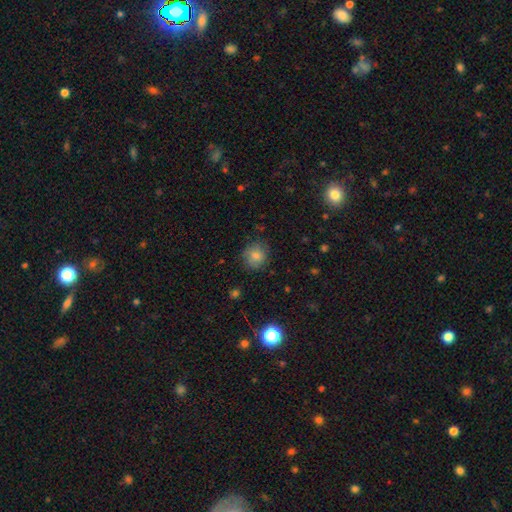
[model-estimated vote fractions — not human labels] This appears to be a smooth galaxy with no disk features (81%) that is round (85%). Merging: none (80%).